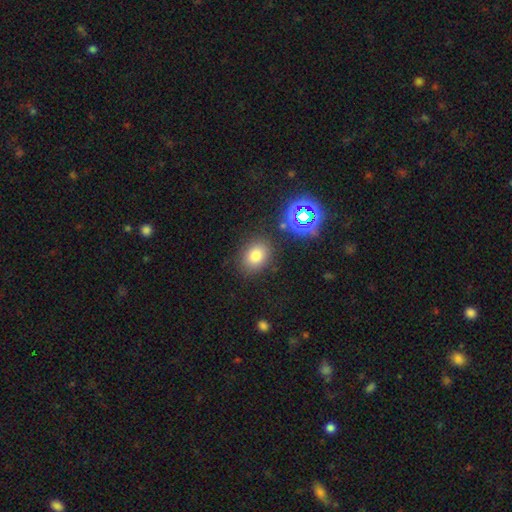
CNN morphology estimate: smooth 75%, star or artifact 17%, featured or disk 8%. Down the decision tree: how rounded — in between (57%); merging — none (83%).